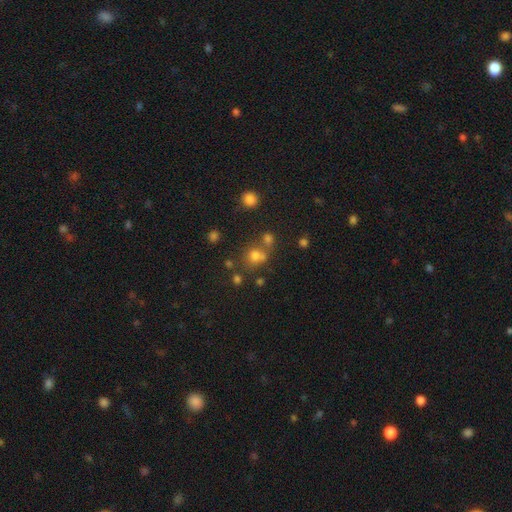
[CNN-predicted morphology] Smooth or featured?
  - smooth: 68% *
  - star or artifact: 21%
  - featured or disk: 11%
How rounded?
  - round: 79% *
  - in between: 20%
  - cigar-shaped: 1%
Merging?
  - none: 54% *
  - merger: 31%
  - minor disturbance: 10%
  - major disturbance: 5%